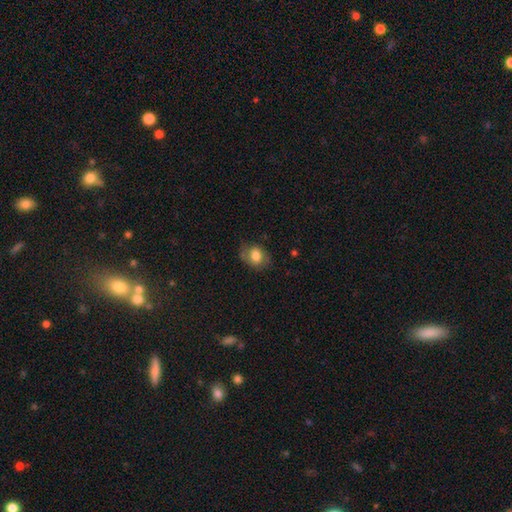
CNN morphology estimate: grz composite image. It shows a smooth galaxy with no disk features (75%) that is in between round and cigar-shaped (59%). Merging: none (70%).